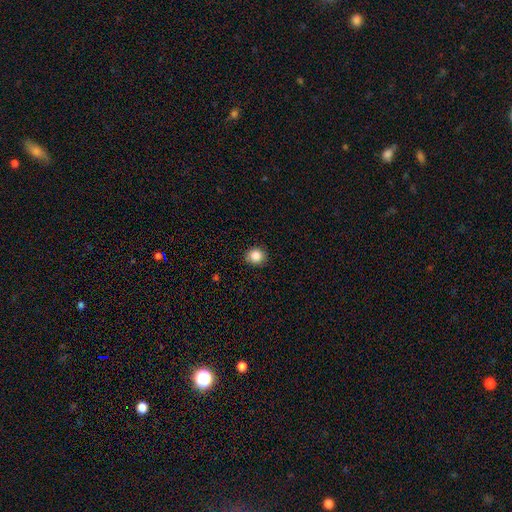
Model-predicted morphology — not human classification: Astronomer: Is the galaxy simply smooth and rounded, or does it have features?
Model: smooth — 86%.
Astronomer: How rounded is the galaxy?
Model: round — 85%.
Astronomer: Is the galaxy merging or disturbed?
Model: none — 88%.